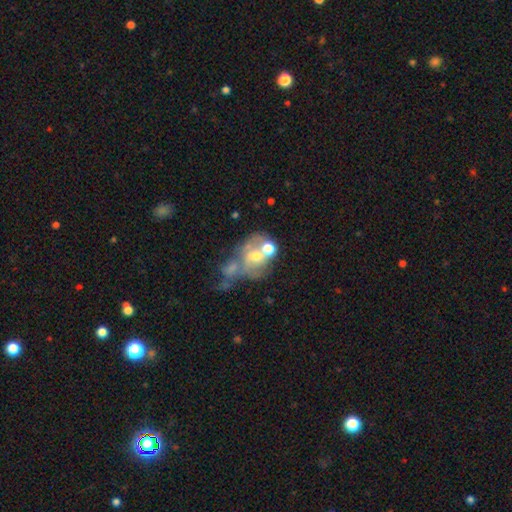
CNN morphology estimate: This is possibly a featured or disk galaxy (55%). It is clearly not viewed edge-on (97%). Bar: likely no (78%). Spiral arm pattern: likely no (68%). Central bulge: possibly moderate (53%). Merging: possibly merger (48%).